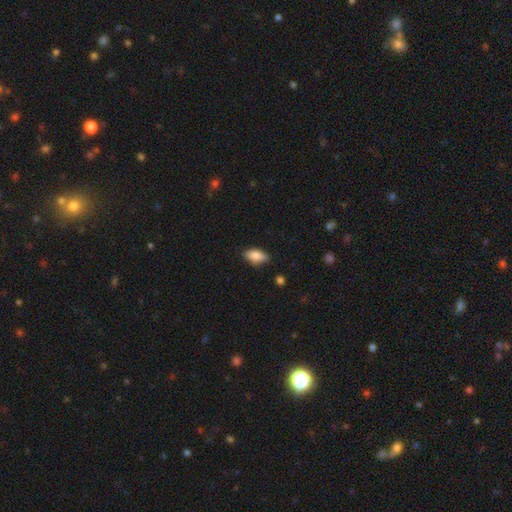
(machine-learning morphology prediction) Smooth or featured?
  - smooth: 81% *
  - featured or disk: 12%
  - star or artifact: 7%
How rounded?
  - in between: 88% *
  - cigar-shaped: 9%
  - round: 3%
Merging?
  - none: 79% *
  - minor disturbance: 17%
  - major disturbance: 3%
  - merger: 1%